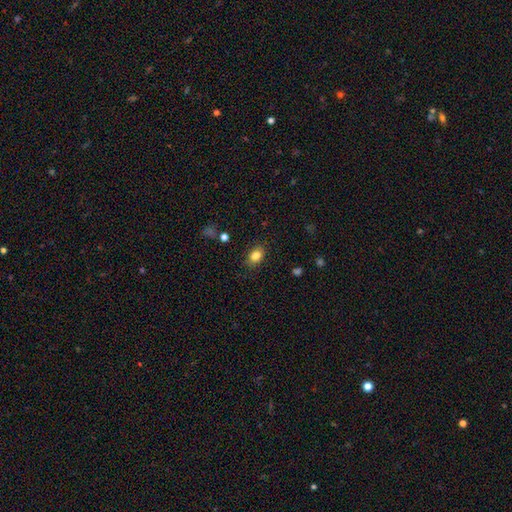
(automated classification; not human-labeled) A smooth galaxy with no disk features (83%) that is in between round and cigar-shaped (74%). Merging: none (85%).